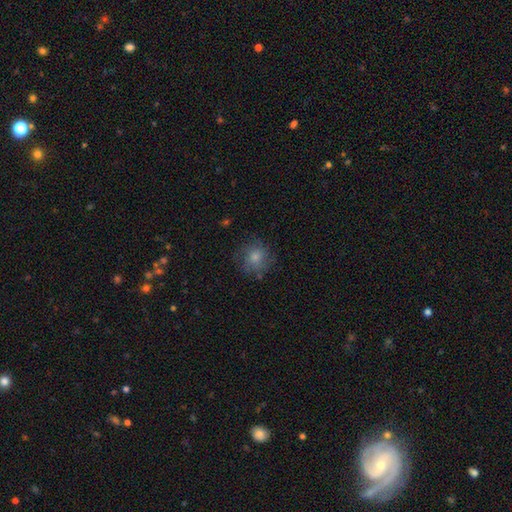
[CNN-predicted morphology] This is possibly a smooth galaxy (50%). Merging: likely none (78%).